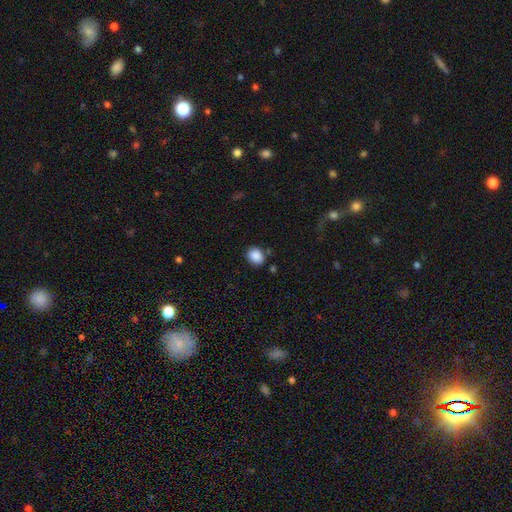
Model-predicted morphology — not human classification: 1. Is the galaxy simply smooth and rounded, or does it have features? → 88% smooth, 8% star or artifact, 3% featured or disk.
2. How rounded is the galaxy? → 51% in between, 49% round, 1% cigar-shaped.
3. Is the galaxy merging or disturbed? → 79% none, 13% minor disturbance, 5% merger, 4% major disturbance.